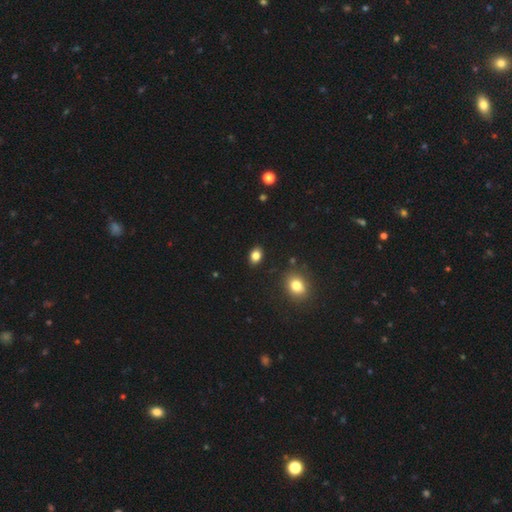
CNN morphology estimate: smooth 83%, star or artifact 11%, featured or disk 6%. Down the decision tree: how rounded — in between (74%); merging — none (89%).